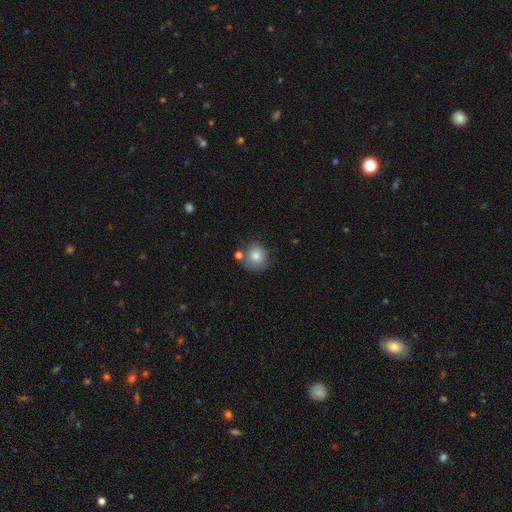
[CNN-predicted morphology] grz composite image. It shows a smooth galaxy with no disk features (82%) that is round (85%). Merging: none (62%).